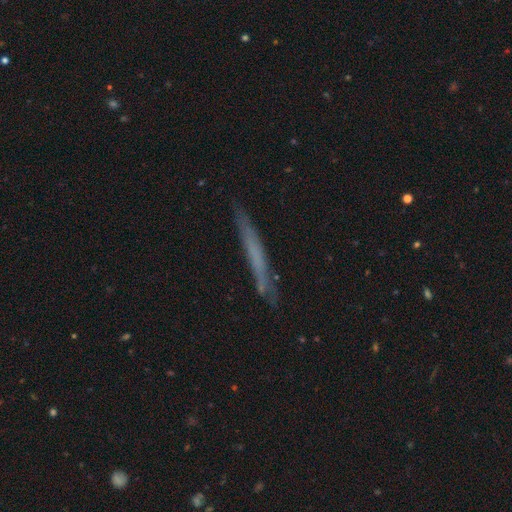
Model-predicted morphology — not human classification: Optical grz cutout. It shows a smooth galaxy with no disk features (46%, tied with featured or disk). Merging: none (83%).